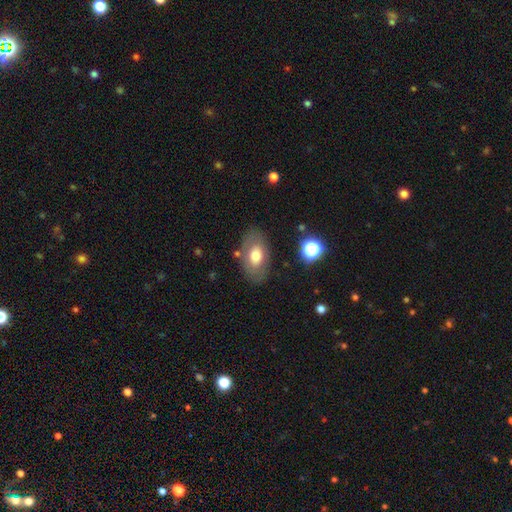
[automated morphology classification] The model was most divided on "smooth or featured": smooth: 66%, featured or disk: 26%, star or artifact: 8%. More confident: how rounded — in between (89%); merging — none (77%).